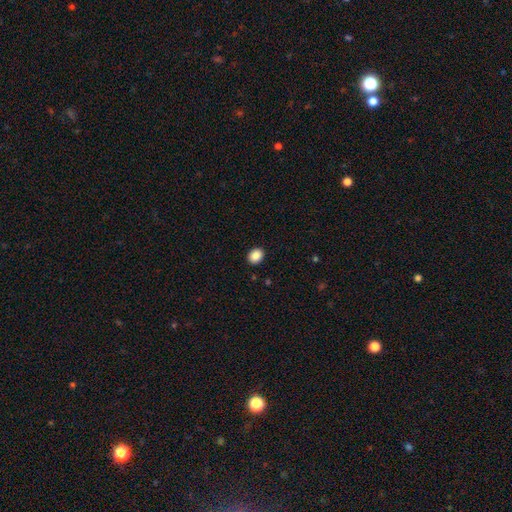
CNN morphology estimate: Overall: smooth (88%). How rounded: in between (51%; round 48%). Merging: none (91%).